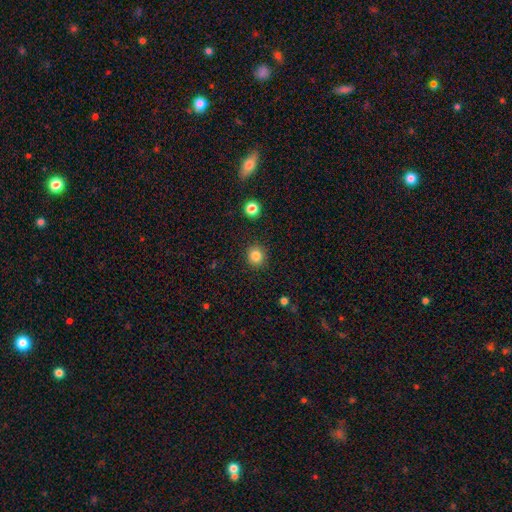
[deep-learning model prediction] smooth 84%, star or artifact 11%, featured or disk 5%. Down the decision tree: how rounded — round (87%); merging — none (91%).